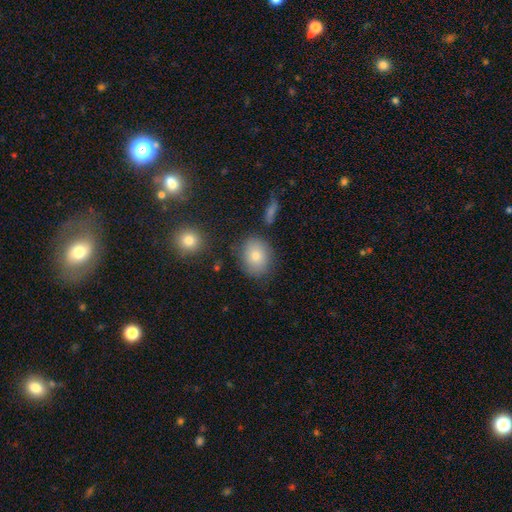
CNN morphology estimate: This appears to be a smooth galaxy with no disk features (79%) that is in between round and cigar-shaped (51%). Merging: none (80%).